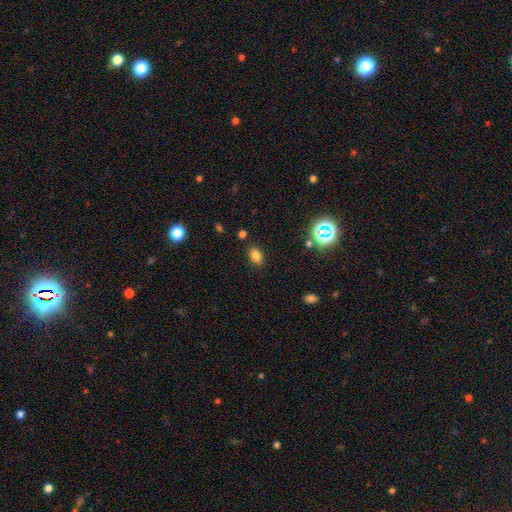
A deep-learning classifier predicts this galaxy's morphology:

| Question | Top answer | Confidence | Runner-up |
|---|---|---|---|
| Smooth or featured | smooth | 78% | star or artifact (16%) |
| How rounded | in between | 75% | round (24%) |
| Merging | none | 84% | minor disturbance (10%) |